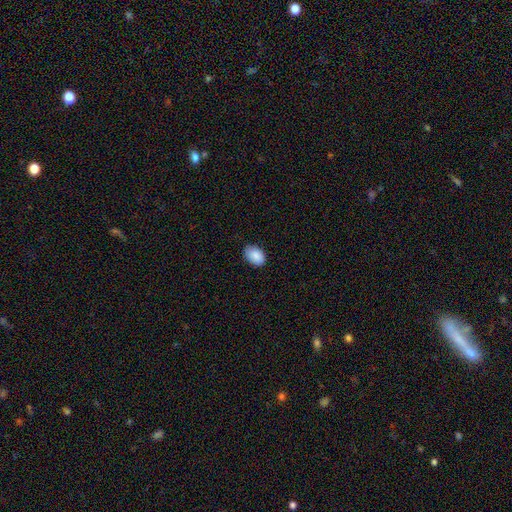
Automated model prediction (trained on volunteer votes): Smooth or featured?
  - smooth: 89% *
  - star or artifact: 7%
  - featured or disk: 4%
How rounded?
  - in between: 85% *
  - round: 14%
  - cigar-shaped: 1%
Merging?
  - none: 84% *
  - minor disturbance: 13%
  - major disturbance: 2%
  - merger: 1%